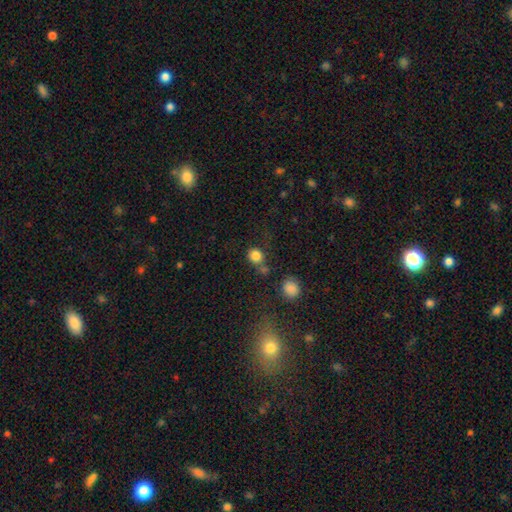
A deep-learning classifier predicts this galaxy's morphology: smooth 82%, star or artifact 12%, featured or disk 6%. Down the decision tree: how rounded — round (79%); merging — none (59%).